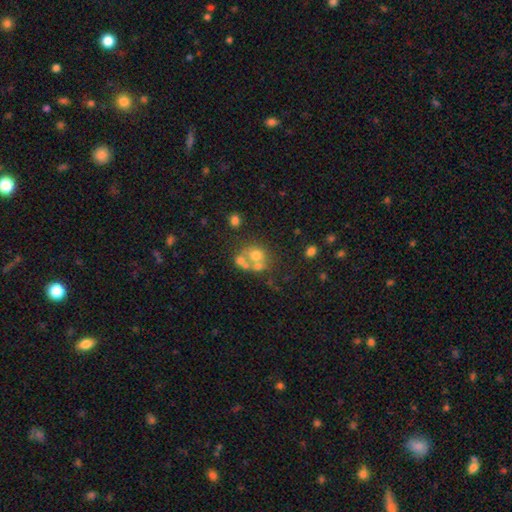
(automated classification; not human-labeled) smooth 54%, featured or disk 31%, star or artifact 15%. Down the decision tree: how rounded — round (73%); merging — merger (46%).